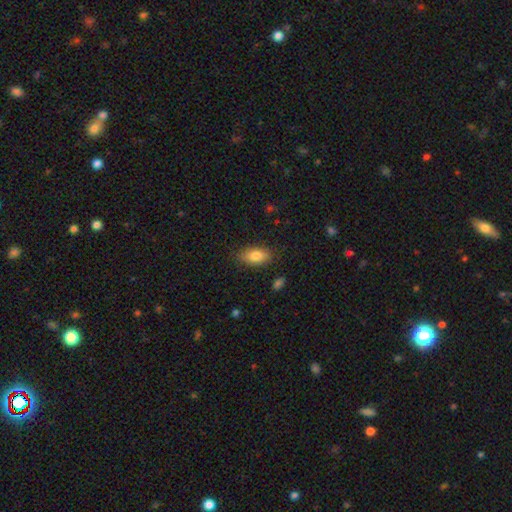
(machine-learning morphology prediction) smooth 82%, featured or disk 11%, star or artifact 7%. Down the decision tree: how rounded — in between (90%); merging — none (83%).